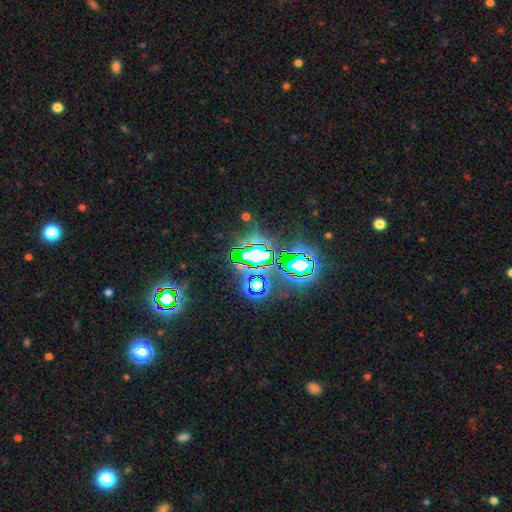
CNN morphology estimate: Smooth or featured? star or artifact (77%)